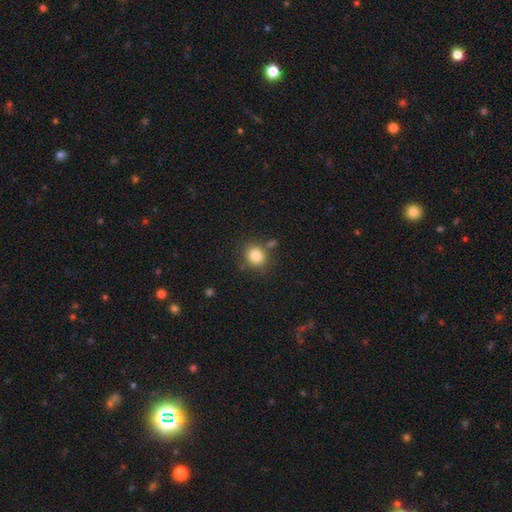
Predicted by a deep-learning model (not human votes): Morphology: type=smooth (83%); roundness=round (79%); merging=none (77%).